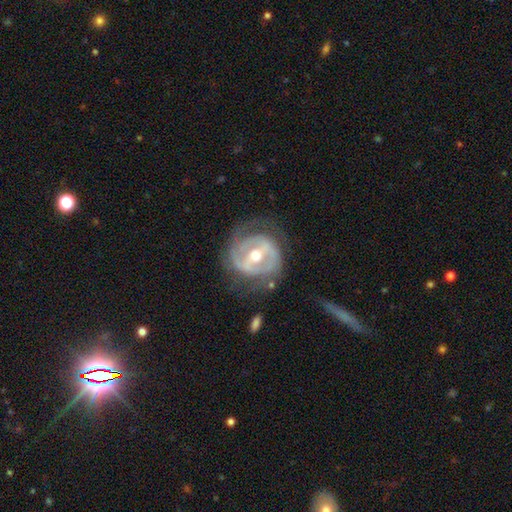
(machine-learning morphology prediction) The model was most divided on "spiral winding": tight: 51%, medium: 34%, loose: 15%. More confident: edge-on disk — no (96%); smooth or featured — featured or disk (84%); spiral arms — yes (76%); bulge size — moderate (74%); merging — none (67%); spiral arm count — 2 (64%); bar — strong (54%).